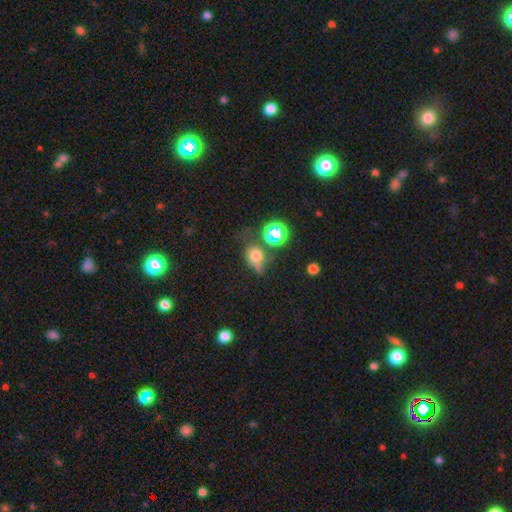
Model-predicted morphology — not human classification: Smooth or featured? smooth (60%)
How rounded? round (52%)
Merging? none (46%)